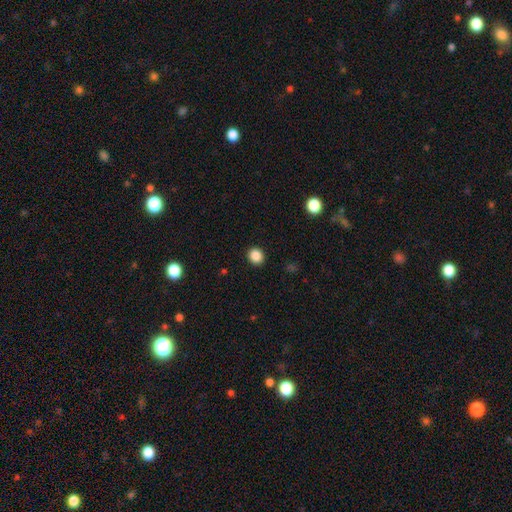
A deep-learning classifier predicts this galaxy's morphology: Smooth or featured: smooth — 87% (star or artifact — 11%)
How rounded: round — 80% (in between — 19%)
Merging: none — 92% (minor disturbance — 5%)